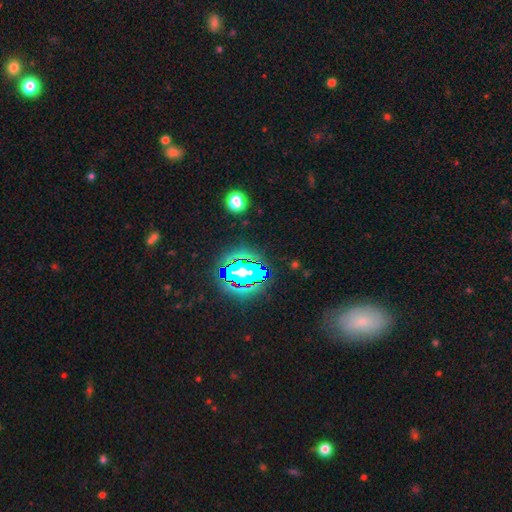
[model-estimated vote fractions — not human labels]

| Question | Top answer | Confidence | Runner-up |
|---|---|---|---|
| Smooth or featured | star or artifact | 73% | smooth (16%) |